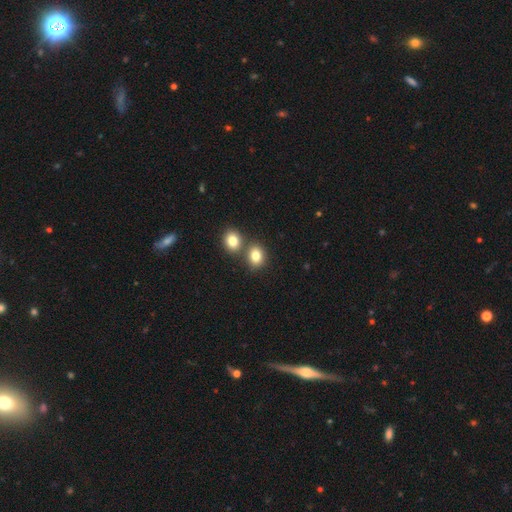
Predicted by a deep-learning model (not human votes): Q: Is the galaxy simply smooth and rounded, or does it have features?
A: smooth — 82%.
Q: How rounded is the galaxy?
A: round — 62%.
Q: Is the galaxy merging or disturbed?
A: none — 58%.